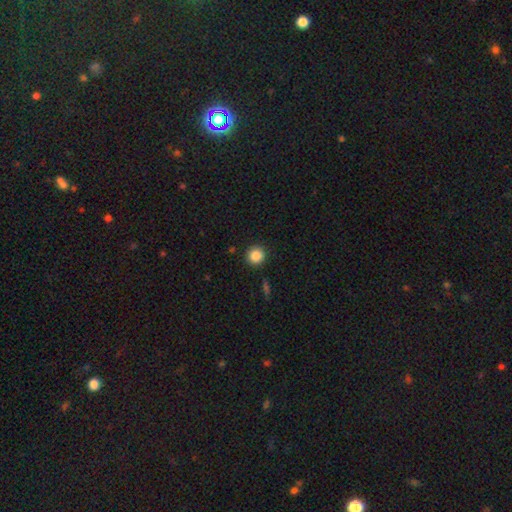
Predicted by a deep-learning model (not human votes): This appears to be a smooth galaxy with no disk features (86%) that is round (93%). Merging: none (91%).